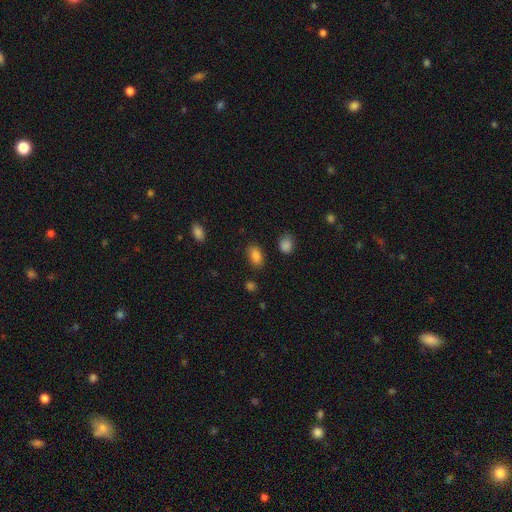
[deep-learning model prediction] A smooth galaxy with no disk features (86%) that is in between round and cigar-shaped (89%).

Vote fractions:
- Smooth or featured? smooth: 86% / star or artifact: 9% / featured or disk: 4%
- How rounded? in between: 89% / round: 9% / cigar-shaped: 2%
- Merging? none: 83% / minor disturbance: 11% / major disturbance: 3% / merger: 3%